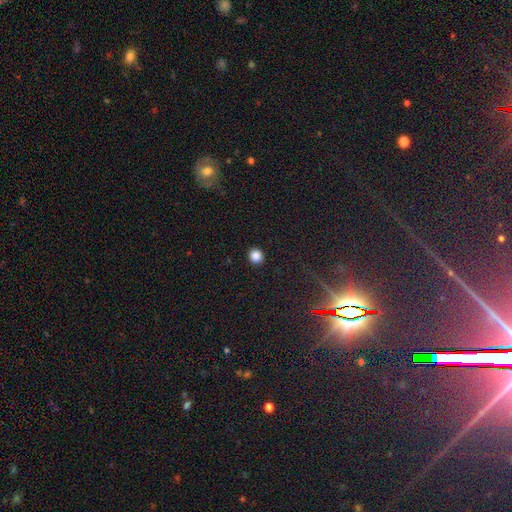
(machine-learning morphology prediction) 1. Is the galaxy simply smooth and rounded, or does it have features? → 85% smooth, 12% star or artifact, 3% featured or disk.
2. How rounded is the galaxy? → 87% round, 12% in between, 1% cigar-shaped.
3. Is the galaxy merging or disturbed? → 92% none, 5% minor disturbance, 2% major disturbance, 1% merger.